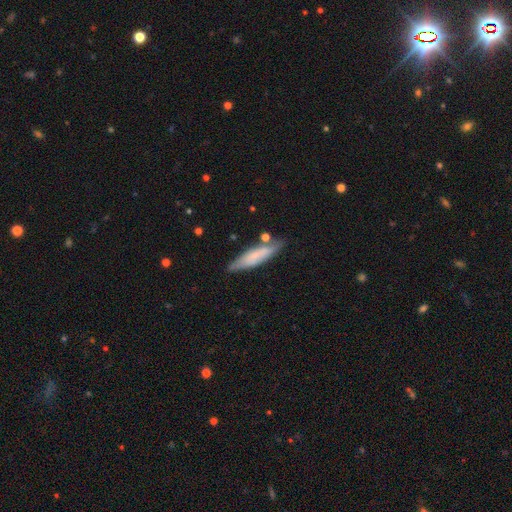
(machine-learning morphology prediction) This appears to be a smooth galaxy with no disk features (59%) that is cigar-shaped (76%). Merging: none (73%).